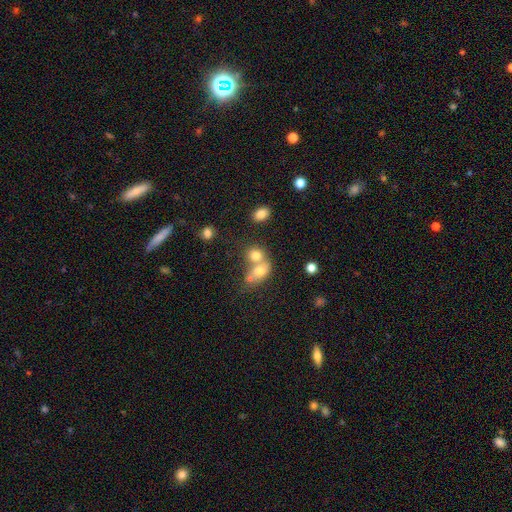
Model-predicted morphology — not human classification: Smooth or featured? Predicted: smooth (p=0.72). How rounded? Predicted: round (p=0.55). Merging? Predicted: merger (p=0.61).